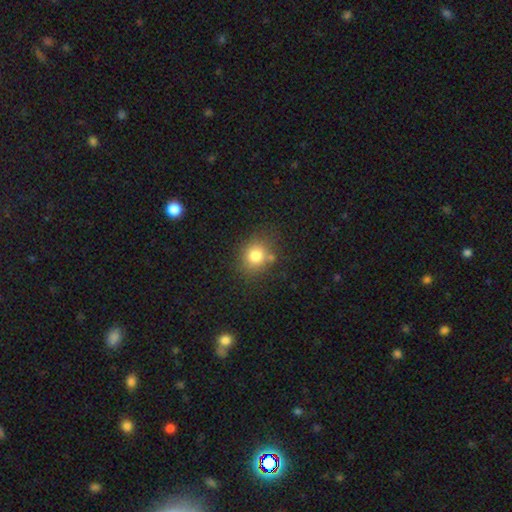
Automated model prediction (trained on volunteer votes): Morphology: type=smooth (79%); roundness=round (71%); merging=none (71%).